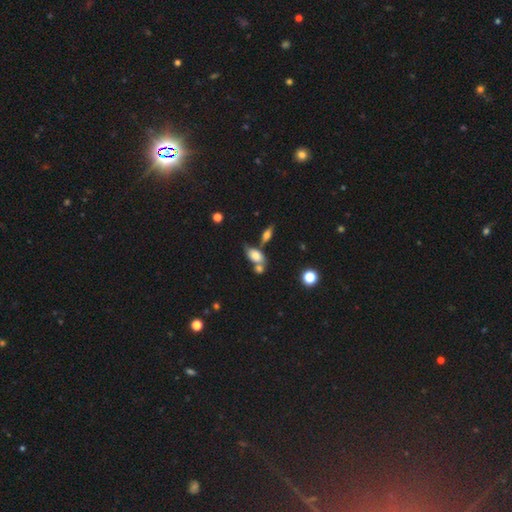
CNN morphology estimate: The model was most divided on "merging": none: 44%, merger: 36%, minor disturbance: 14%, major disturbance: 5%. More confident: how rounded — in between (85%); smooth or featured — smooth (73%).